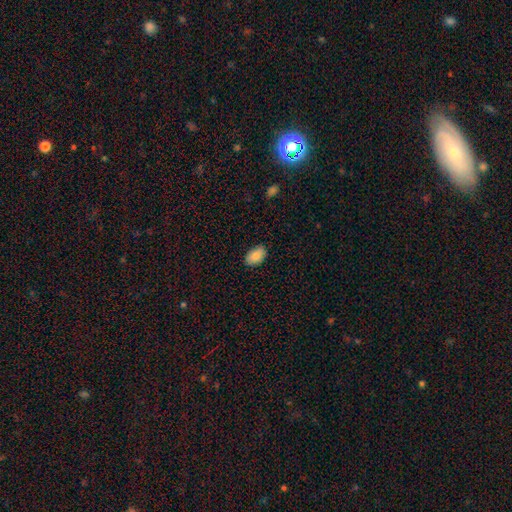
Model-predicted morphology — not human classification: This appears to be a smooth galaxy with no disk features (87%) that is in between round and cigar-shaped (91%). Merging: none (86%).